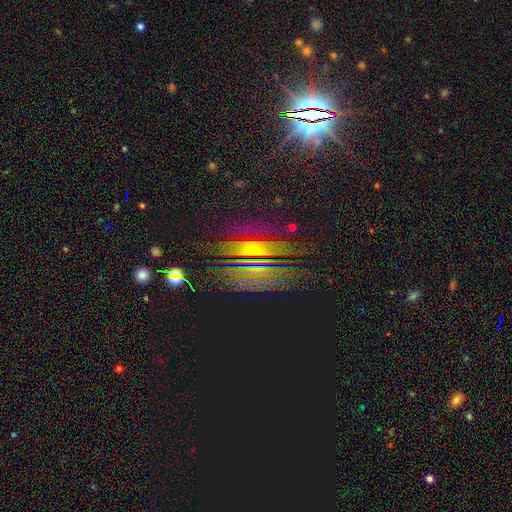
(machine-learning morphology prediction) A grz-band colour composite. It shows a star or artifact, not a galaxy (59%).